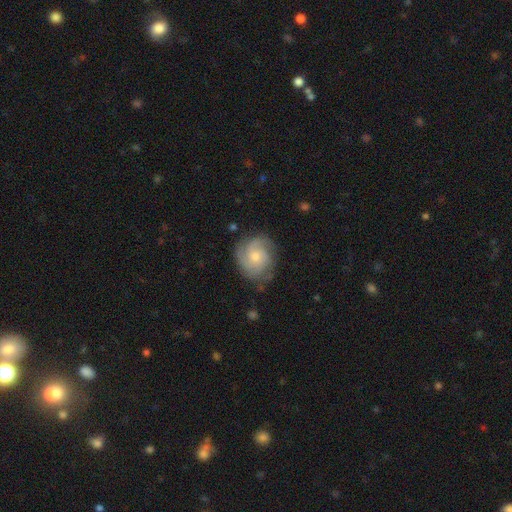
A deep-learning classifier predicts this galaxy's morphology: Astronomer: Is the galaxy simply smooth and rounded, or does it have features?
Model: featured or disk — 74%.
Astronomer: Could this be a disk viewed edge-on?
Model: no — 98%.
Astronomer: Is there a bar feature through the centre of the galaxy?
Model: no — 75%.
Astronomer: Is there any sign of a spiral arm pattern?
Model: yes — 95%.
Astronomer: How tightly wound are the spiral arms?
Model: tight — 54% (runner-up: medium, 36%).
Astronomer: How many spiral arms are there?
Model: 3 — 38% (runner-up: 2, 22%).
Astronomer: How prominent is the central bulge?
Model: moderate — 48% (runner-up: small, 46%).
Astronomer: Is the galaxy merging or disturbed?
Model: none — 75%.